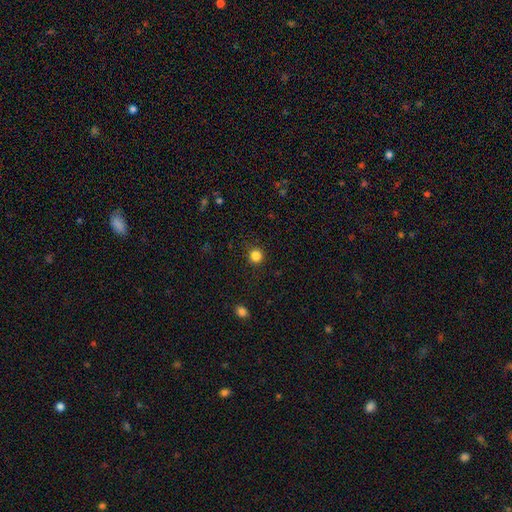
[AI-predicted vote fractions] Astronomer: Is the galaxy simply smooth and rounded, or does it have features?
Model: smooth — 84%.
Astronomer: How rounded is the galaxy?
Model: round — 94%.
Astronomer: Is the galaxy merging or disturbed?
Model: none — 90%.